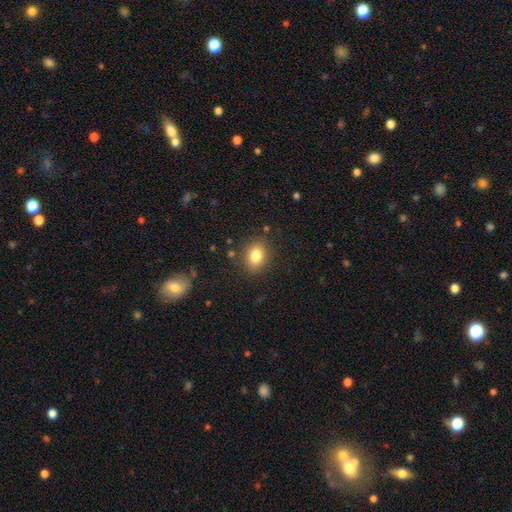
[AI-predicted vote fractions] A smooth galaxy with no disk features (82%) that is in between round and cigar-shaped (51%).

Vote fractions:
- Smooth or featured? smooth: 82% / star or artifact: 10% / featured or disk: 8%
- How rounded? in between: 51% / round: 48% / cigar-shaped: 1%
- Merging? none: 85% / minor disturbance: 10% / major disturbance: 3% / merger: 2%